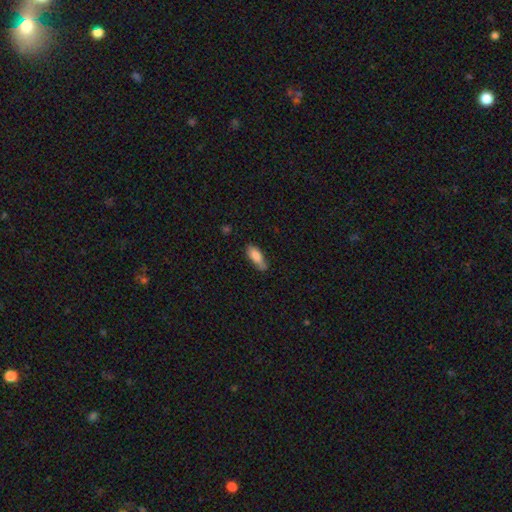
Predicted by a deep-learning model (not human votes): A smooth galaxy with no disk features (82%) that is in between round and cigar-shaped (68%). Merging: none (67%).